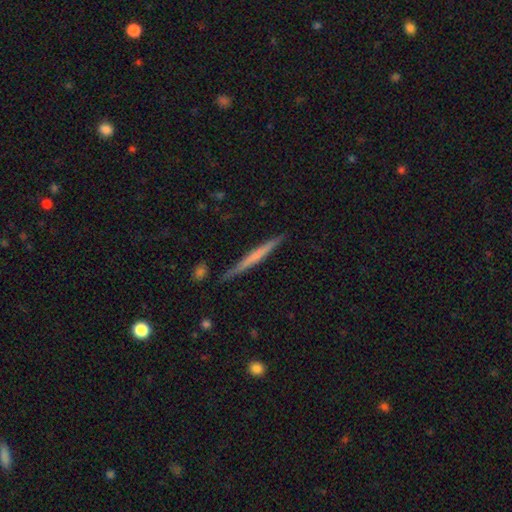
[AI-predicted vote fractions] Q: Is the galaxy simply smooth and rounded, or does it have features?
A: featured or disk — 50%.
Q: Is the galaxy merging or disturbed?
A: none — 86%.